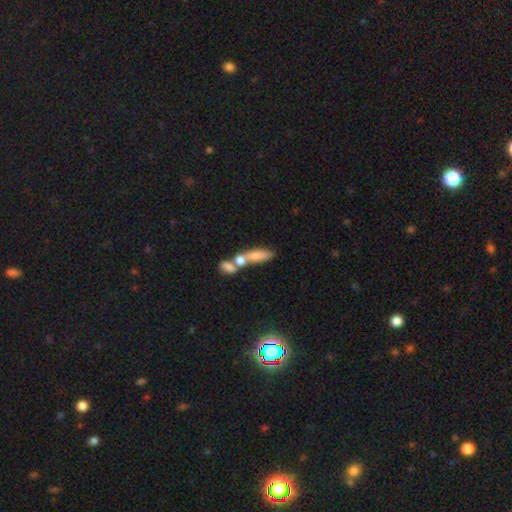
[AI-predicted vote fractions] smooth 69%, featured or disk 21%, star or artifact 9%. Down the decision tree: how rounded — in between (52%); merging — merger (59%).